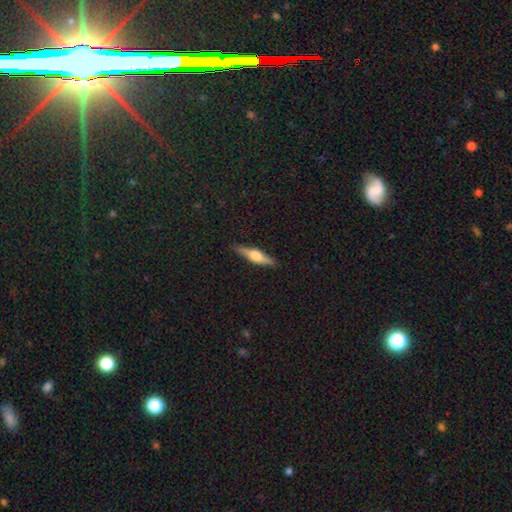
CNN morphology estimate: Q: Smooth or featured?
A: featured or disk (57%); runner-up: smooth (37%)
Q: Edge-on disk?
A: yes (96%); runner-up: no (4%)
Q: Edge-on bulge?
A: rounded (90%); runner-up: boxy (7%)
Q: Merging?
A: none (89%); runner-up: minor disturbance (8%)